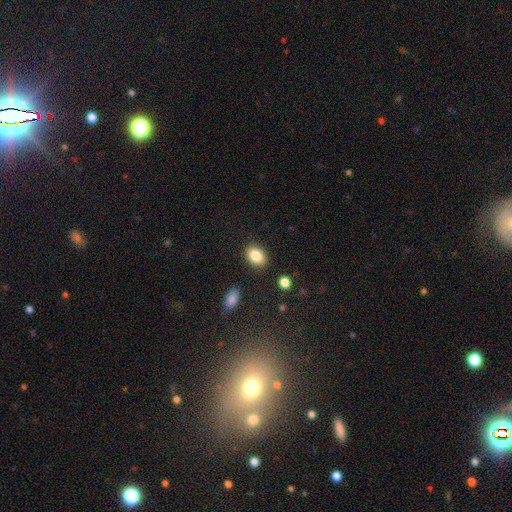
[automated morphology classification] A smooth galaxy with no disk features (84%) that is in between round and cigar-shaped (75%).

Vote fractions:
- Smooth or featured? smooth: 84% / star or artifact: 8% / featured or disk: 8%
- How rounded? in between: 75% / round: 24% / cigar-shaped: 1%
- Merging? none: 86% / minor disturbance: 9% / major disturbance: 2% / merger: 2%